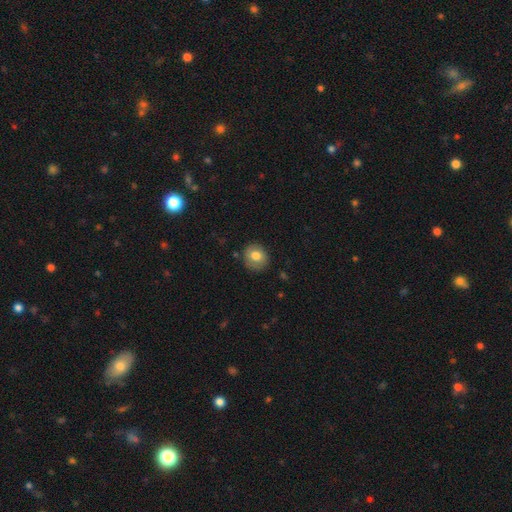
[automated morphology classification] Smooth or featured? Predicted: smooth (p=0.76). How rounded? Predicted: round (p=0.78). Merging? Predicted: none (p=0.81).